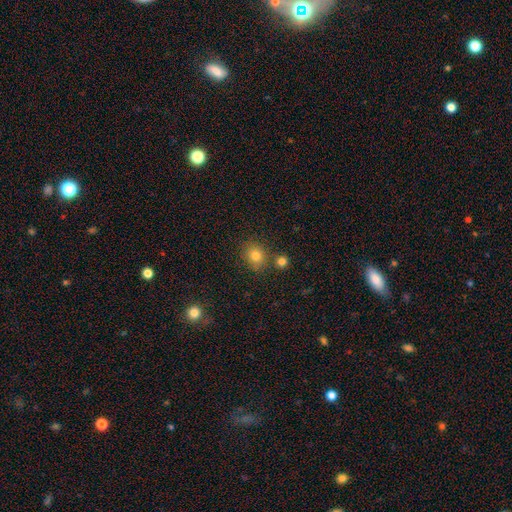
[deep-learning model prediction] smooth_or_featured: smooth (p=0.80) [alt: star or artifact p=0.13]
how_rounded: round (p=0.67) [alt: in between p=0.32]
merging: none (p=0.77) [alt: minor disturbance p=0.11]